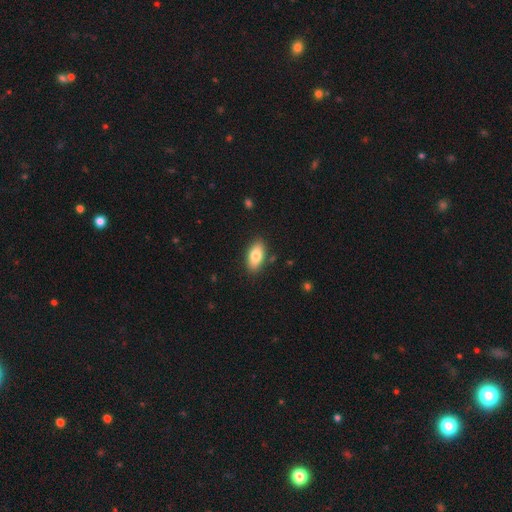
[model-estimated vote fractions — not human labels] smooth-or-featured: smooth: 80% | featured or disk: 14% | star or artifact: 7%
  how-rounded: in between: 90% | cigar-shaped: 7% | round: 3%
  merging: none: 86% | minor disturbance: 10% | major disturbance: 2% | merger: 2%